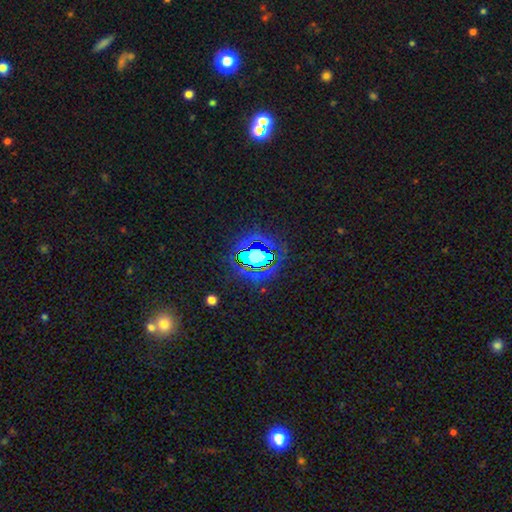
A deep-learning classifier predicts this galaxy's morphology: Smooth or featured? star or artifact (67%)